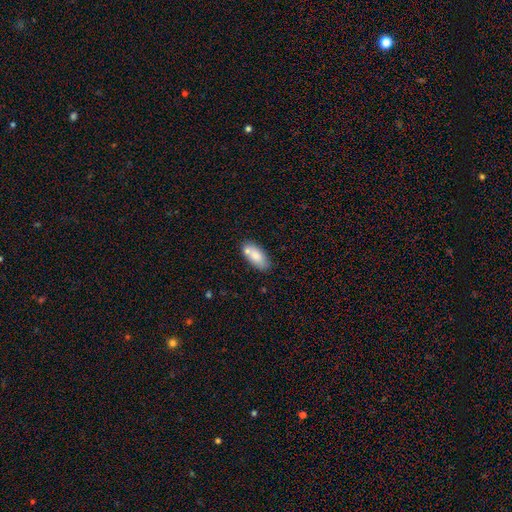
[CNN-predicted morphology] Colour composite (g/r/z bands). It shows a smooth galaxy with no disk features (80%) that is in between round and cigar-shaped (88%). Merging: none (68%).